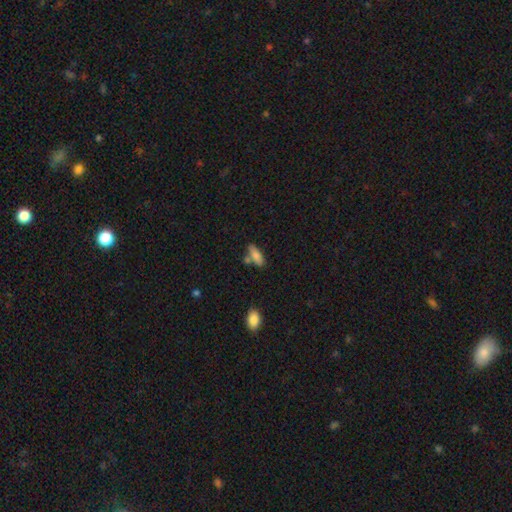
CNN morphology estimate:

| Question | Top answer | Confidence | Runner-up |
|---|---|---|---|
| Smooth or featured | smooth | 80% | featured or disk (13%) |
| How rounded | in between | 65% | cigar-shaped (33%) |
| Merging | none | 61% | merger (19%) |